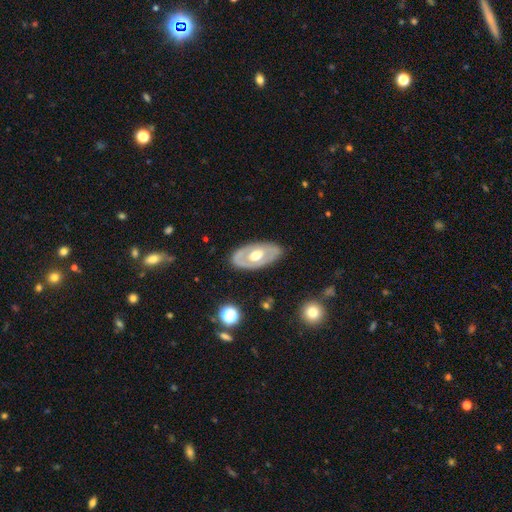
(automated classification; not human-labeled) Morphology: type=featured or disk (64%); edge-on=no (88%); bar=no (79%); spiral arms=no (74%); bulge=moderate (71%); merging=none (80%).